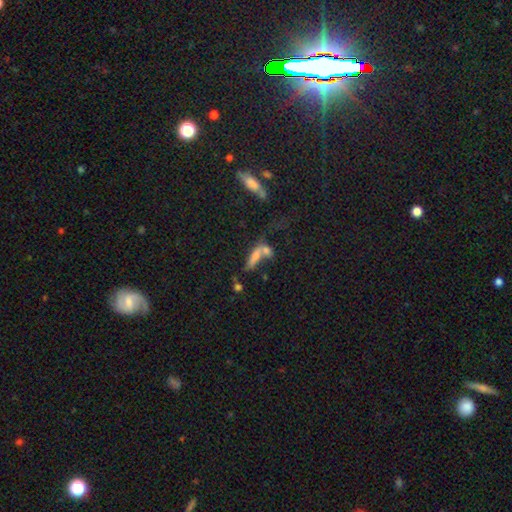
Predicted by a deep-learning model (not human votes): Q: Smooth or featured?
A: smooth (63%); runner-up: featured or disk (24%)
Q: How rounded?
A: cigar-shaped (60%); runner-up: in between (36%)
Q: Merging?
A: merger (47%); runner-up: none (31%)